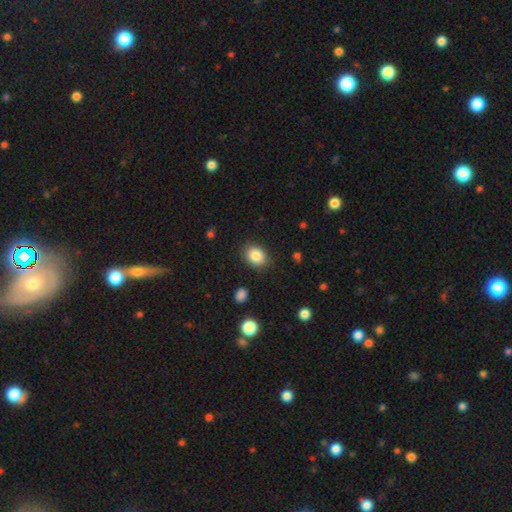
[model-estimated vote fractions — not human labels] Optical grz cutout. It shows a smooth galaxy with no disk features (86%) that is in between round and cigar-shaped (62%). Merging: none (87%).